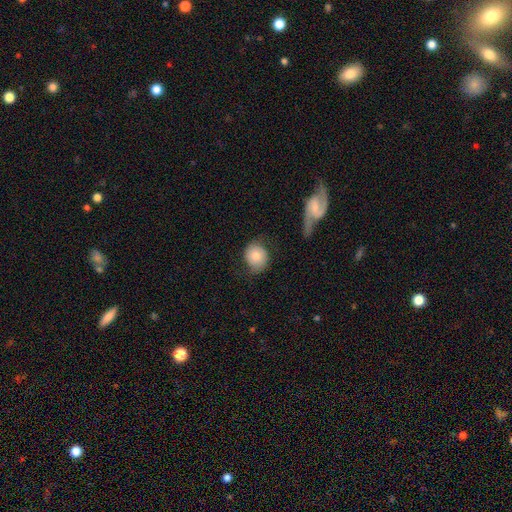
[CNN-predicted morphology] smooth_or_featured: smooth (p=0.65) [alt: featured or disk p=0.28]
how_rounded: round (p=0.74) [alt: in between p=0.24]
merging: none (p=0.62) [alt: minor disturbance p=0.22]